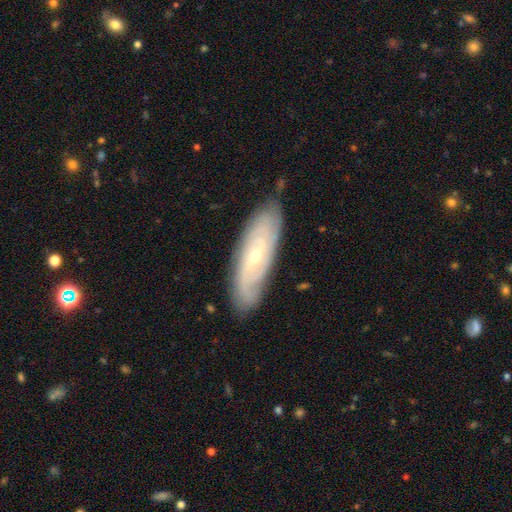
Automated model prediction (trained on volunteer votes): Smooth or featured? Predicted: featured or disk (p=0.78). Edge-on disk? Predicted: no (p=0.84). Bar? Predicted: no (p=0.60). Spiral arms? Predicted: yes (p=0.91). Spiral winding? Predicted: tight (p=0.68). Spiral arm count? Predicted: can't tell (p=0.48). Bulge size? Predicted: small (p=0.65). Merging? Predicted: none (p=0.81).